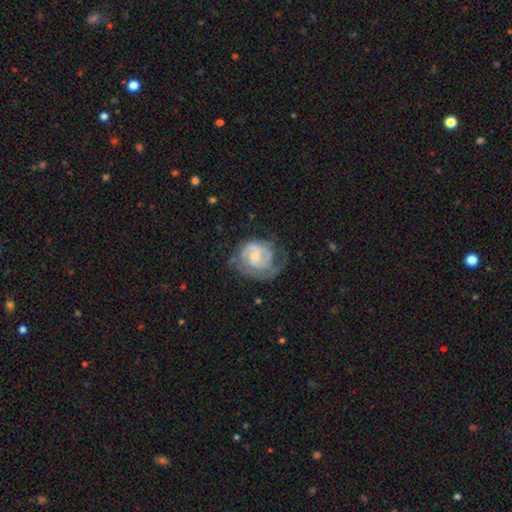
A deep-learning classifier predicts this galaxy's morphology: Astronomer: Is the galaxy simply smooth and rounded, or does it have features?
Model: featured or disk — 80%.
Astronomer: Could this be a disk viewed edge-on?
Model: no — 98%.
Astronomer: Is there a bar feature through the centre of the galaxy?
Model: no — 58% (runner-up: weak, 36%).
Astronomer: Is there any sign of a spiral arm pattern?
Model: yes — 93%.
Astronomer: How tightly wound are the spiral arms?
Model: tight — 52% (runner-up: medium, 37%).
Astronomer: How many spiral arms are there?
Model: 2 — 52%.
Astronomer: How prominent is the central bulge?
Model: small — 58%.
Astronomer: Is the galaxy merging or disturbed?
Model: none — 51%.